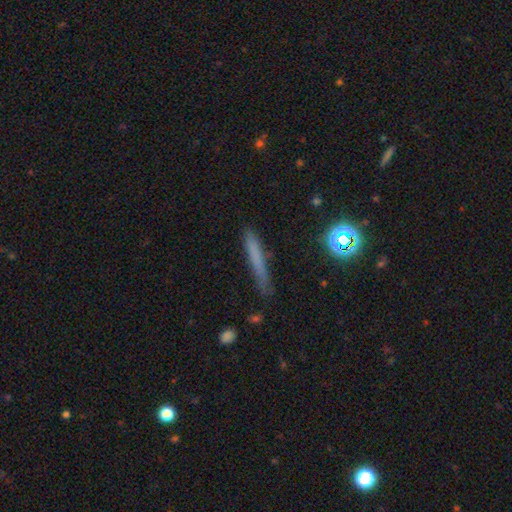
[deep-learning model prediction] Smooth or featured?
  - smooth: 65% *
  - featured or disk: 23%
  - star or artifact: 12%
How rounded?
  - cigar-shaped: 94% *
  - in between: 4%
  - round: 2%
Merging?
  - none: 78% *
  - minor disturbance: 16%
  - major disturbance: 4%
  - merger: 2%